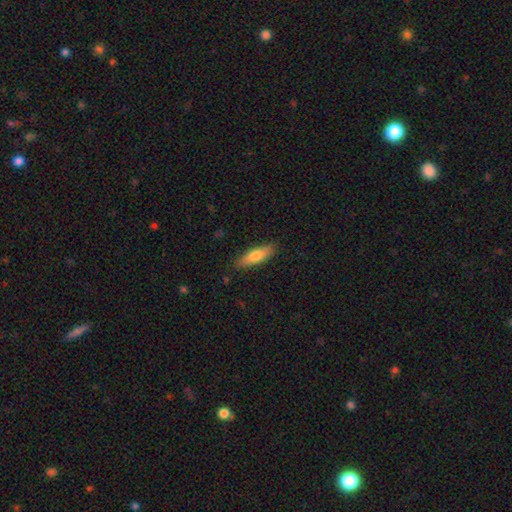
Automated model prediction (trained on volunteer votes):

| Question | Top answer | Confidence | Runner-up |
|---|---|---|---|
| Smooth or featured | smooth | 74% | featured or disk (20%) |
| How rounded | cigar-shaped | 58% | in between (40%) |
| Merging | none | 86% | minor disturbance (11%) |